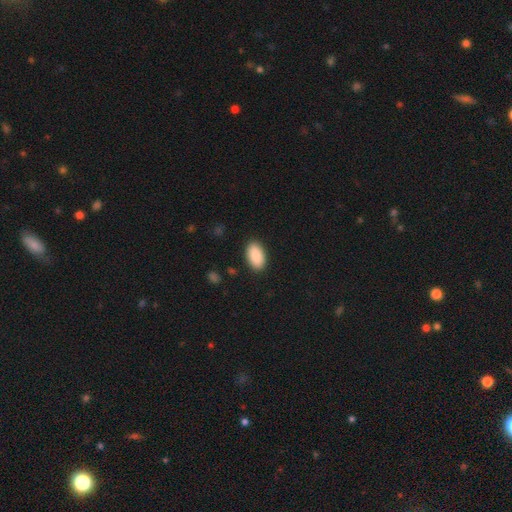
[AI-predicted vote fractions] Overall: smooth (90%). How rounded: in between (95%). Merging: none (89%).